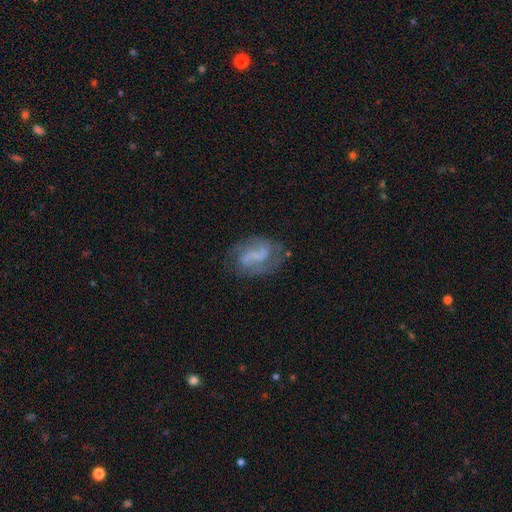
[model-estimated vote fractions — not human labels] Smooth or featured: featured or disk — 72% (smooth — 20%)
Edge-on disk: no — 97% (yes — 3%)
Bar: weak — 46% (no — 30%)
Spiral arms: yes — 86% (no — 14%)
Spiral winding: medium — 43% (loose — 37%)
Spiral arm count: 2 — 78% (can't tell — 11%)
Bulge size: none — 59% (small — 24%)
Merging: none — 64% (minor disturbance — 20%)